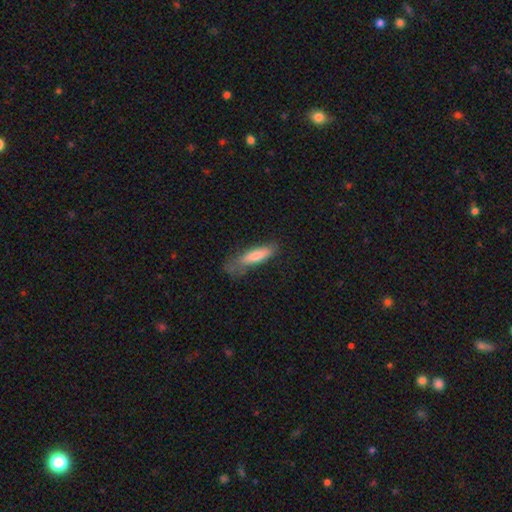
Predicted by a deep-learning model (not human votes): This appears to be a smooth galaxy with no disk features (67%) that is cigar-shaped (72%). Merging: none (55%).